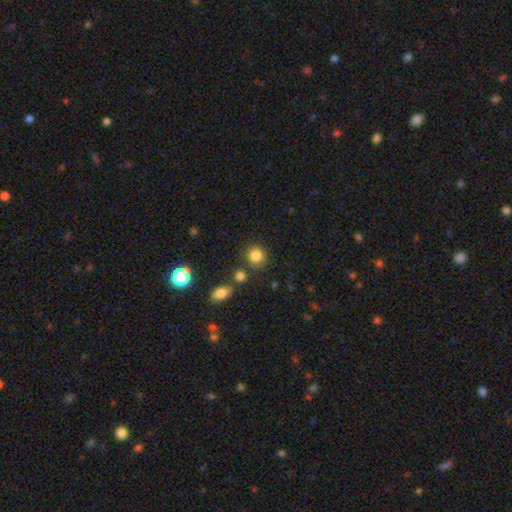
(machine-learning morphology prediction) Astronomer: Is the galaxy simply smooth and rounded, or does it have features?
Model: smooth — 83%.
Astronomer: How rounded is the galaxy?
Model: round — 87%.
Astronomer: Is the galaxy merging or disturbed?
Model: none — 77%.